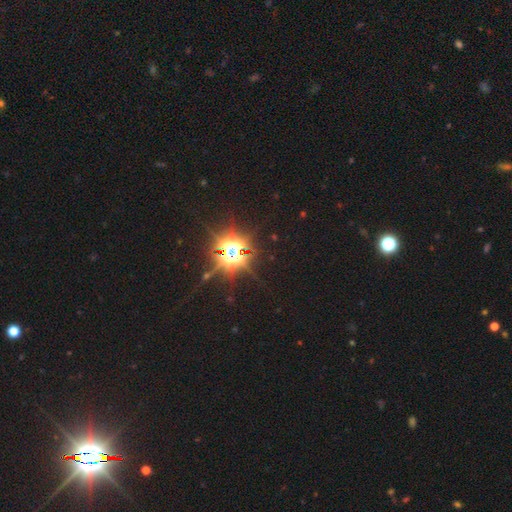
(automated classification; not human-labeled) This appears to be a star or artifact, not a galaxy (84%).